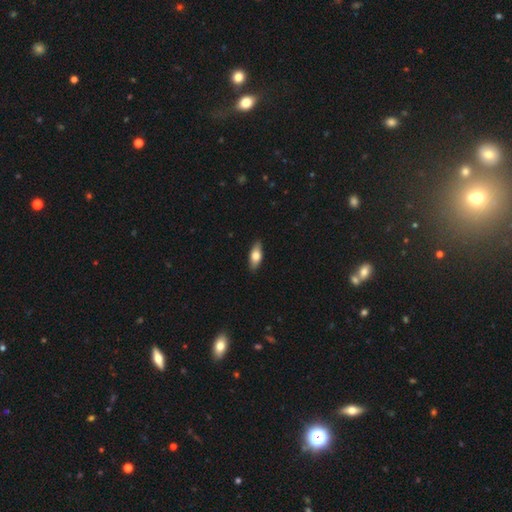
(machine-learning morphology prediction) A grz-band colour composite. It shows a smooth galaxy with no disk features (70%) that is in between round and cigar-shaped (76%). Merging: none (88%).